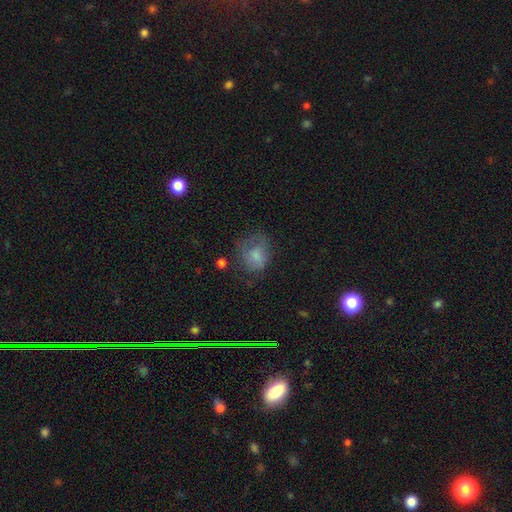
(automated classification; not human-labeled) Smooth or featured? Predicted: smooth (p=0.69). How rounded? Predicted: round (p=0.51). Merging? Predicted: none (p=0.38).